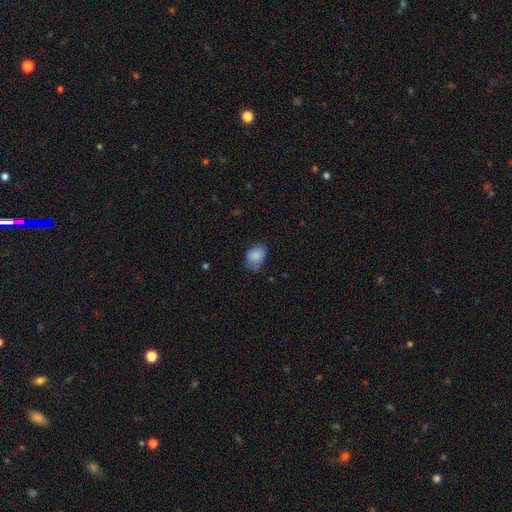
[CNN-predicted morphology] Smooth or featured? Predicted: smooth (p=0.86). How rounded? Predicted: in between (p=0.75). Merging? Predicted: none (p=0.62).